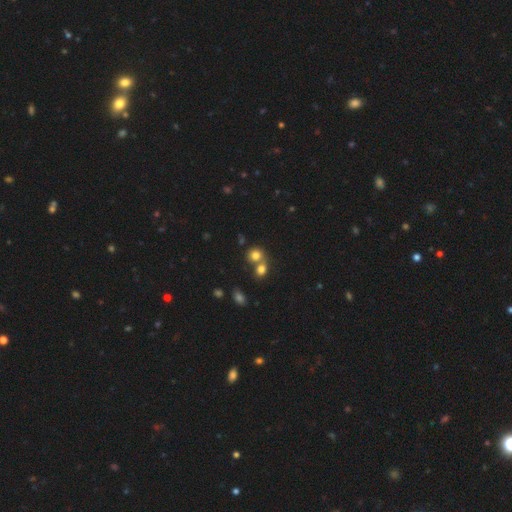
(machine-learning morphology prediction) Overall: smooth (77%). How rounded: round (78%). Merging: merger (48%; none 42%).